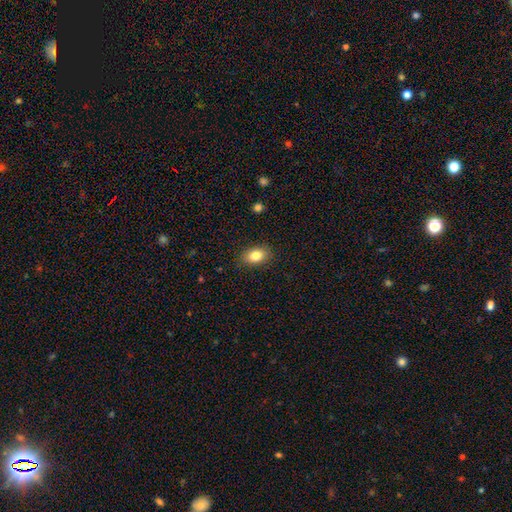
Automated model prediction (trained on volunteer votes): smooth-or-featured: smooth: 83% | featured or disk: 9% | star or artifact: 8%
  how-rounded: in between: 83% | round: 16% | cigar-shaped: 2%
  merging: none: 86% | minor disturbance: 11% | major disturbance: 3% | merger: 1%